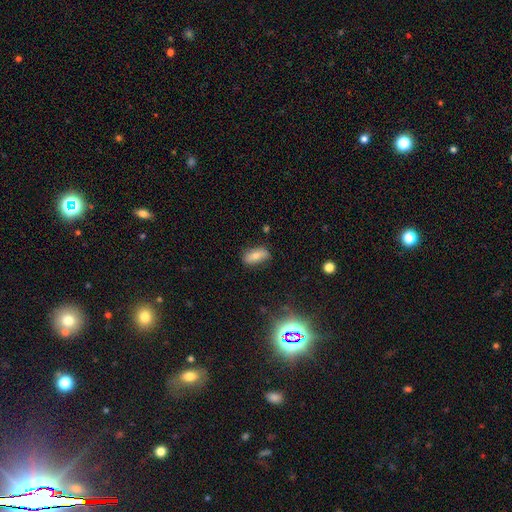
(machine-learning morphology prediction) Smooth or featured? Predicted: smooth (p=0.73). How rounded? Predicted: in between (p=0.86). Merging? Predicted: none (p=0.80).